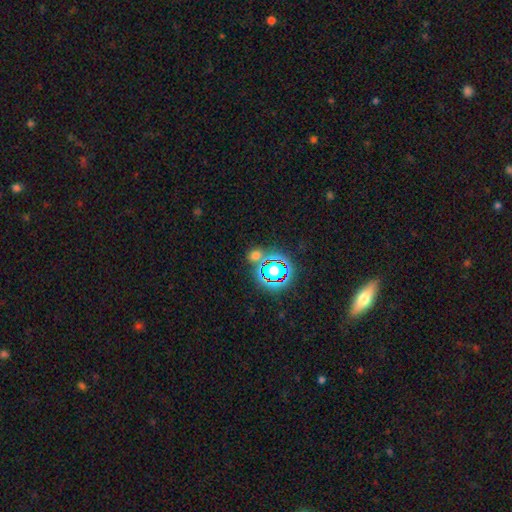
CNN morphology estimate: Smooth or featured? smooth (48%)
Merging? none (69%)